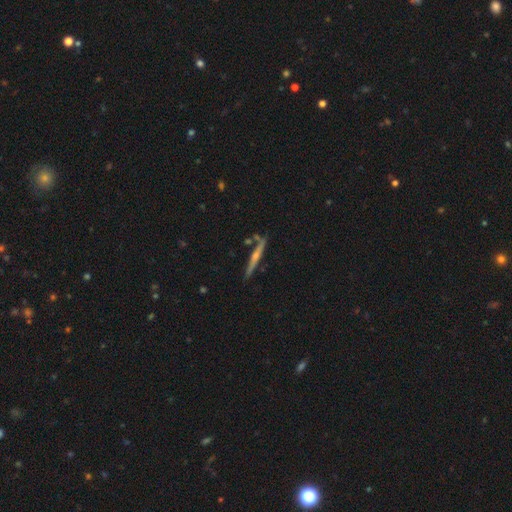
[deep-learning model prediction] Overall: featured or disk (74%). Edge-on disk: yes (97%). Edge-on bulge: rounded (76%). Merging: none (80%).